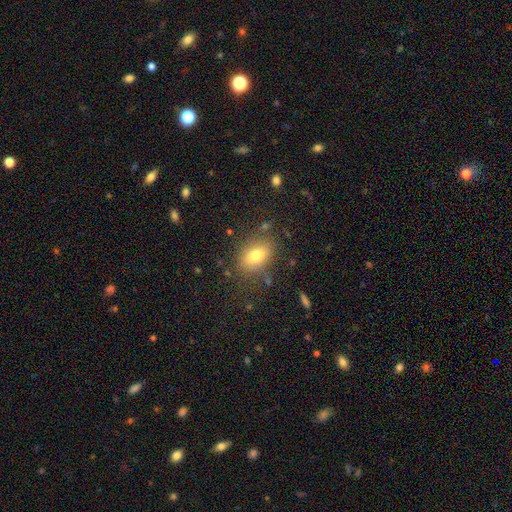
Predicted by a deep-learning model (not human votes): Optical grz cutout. It shows a smooth galaxy with no disk features (75%) that is in between round and cigar-shaped (76%). Merging: none (78%).